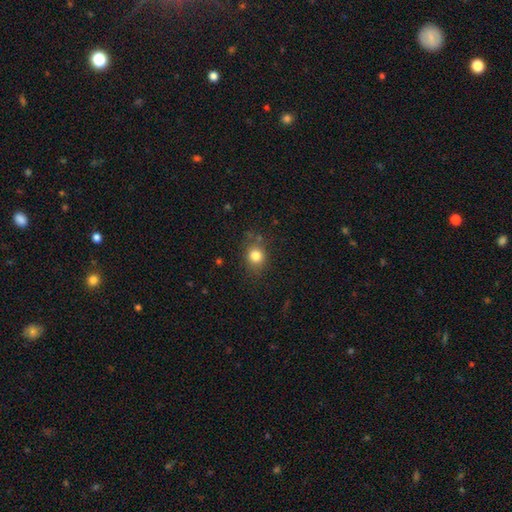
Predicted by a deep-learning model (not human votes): smooth 81%, star or artifact 12%, featured or disk 7%. Down the decision tree: how rounded — round (72%); merging — none (78%).